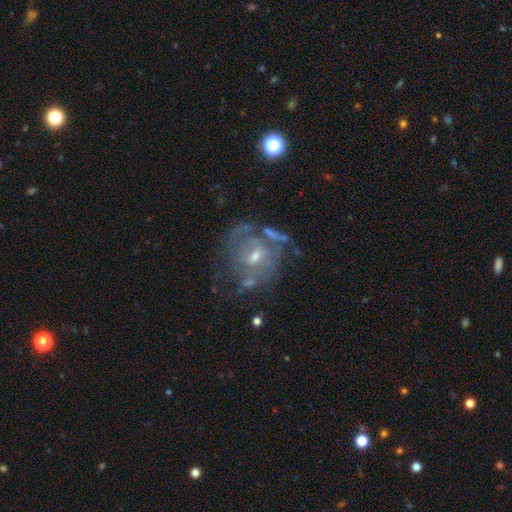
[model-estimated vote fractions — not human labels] Morphology: type=featured or disk (75%); edge-on=no (97%); bar=no (56%); spiral arms=yes (73%); winding=tight (55%); arm count=can't tell (50%); bulge=small (51%); merging=none (52%).